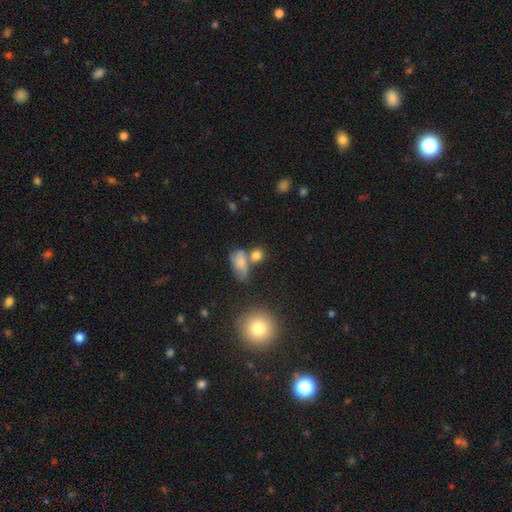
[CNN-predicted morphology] A smooth galaxy with no disk features (73%) that is round (52%). Merging: none (46%).